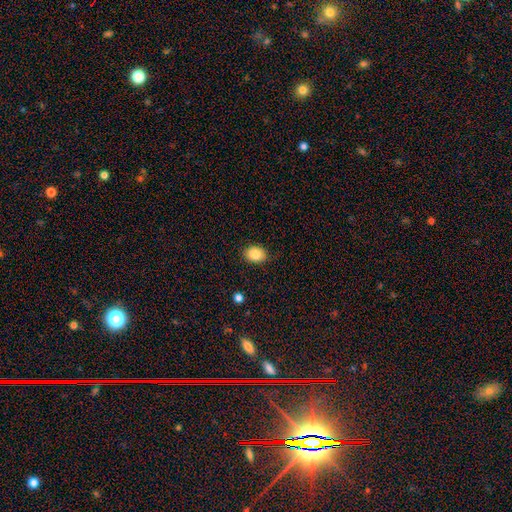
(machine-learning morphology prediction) Smooth or featured?
  - smooth: 87% *
  - star or artifact: 8%
  - featured or disk: 5%
How rounded?
  - in between: 69% *
  - round: 30%
  - cigar-shaped: 1%
Merging?
  - none: 87% *
  - minor disturbance: 10%
  - major disturbance: 2%
  - merger: 1%